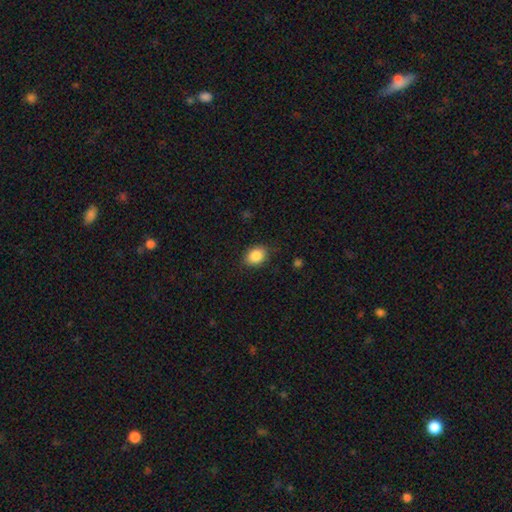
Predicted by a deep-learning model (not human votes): Q: Smooth or featured?
A: smooth (87%); runner-up: star or artifact (8%)
Q: How rounded?
A: in between (64%); runner-up: round (35%)
Q: Merging?
A: none (82%); runner-up: minor disturbance (14%)